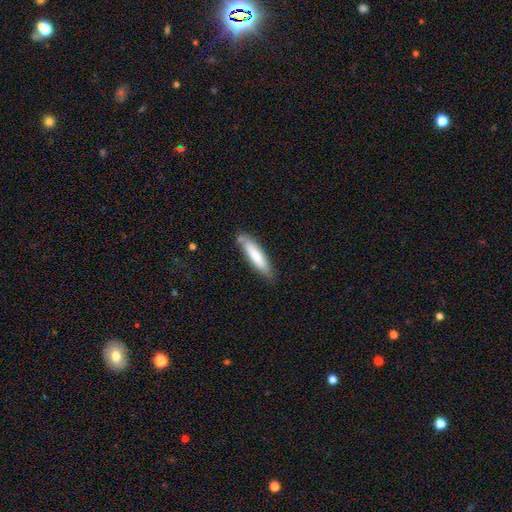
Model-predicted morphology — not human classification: Overall: smooth (74%). How rounded: cigar-shaped (80%). Merging: none (77%).